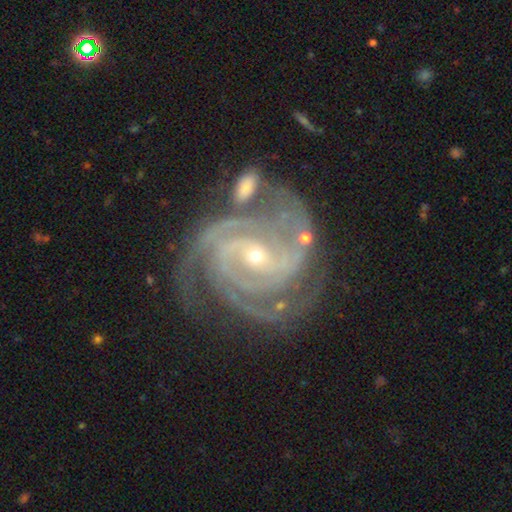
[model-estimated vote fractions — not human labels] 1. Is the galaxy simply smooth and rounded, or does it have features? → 93% featured or disk, 5% star or artifact, 2% smooth.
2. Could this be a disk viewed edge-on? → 98% no, 2% yes.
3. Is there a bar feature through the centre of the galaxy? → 41% weak, 32% no, 28% strong.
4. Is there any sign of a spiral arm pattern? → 99% yes, 1% no.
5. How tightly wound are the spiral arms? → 72% tight, 25% medium, 3% loose.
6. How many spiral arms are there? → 35% 3, 24% 4, 17% 2, 11% can't tell, 7% more than 4, 6% 1.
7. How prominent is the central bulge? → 68% small, 29% moderate, 1% large, 1% none, 1% dominant.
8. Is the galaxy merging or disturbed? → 60% none, 18% minor disturbance, 12% merger, 9% major disturbance.